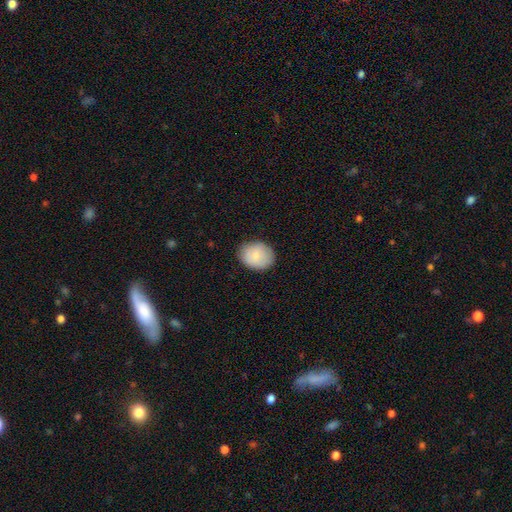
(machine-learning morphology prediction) This is clearly a smooth galaxy (81%). How rounded: possibly round (51%). Merging: clearly none (83%).